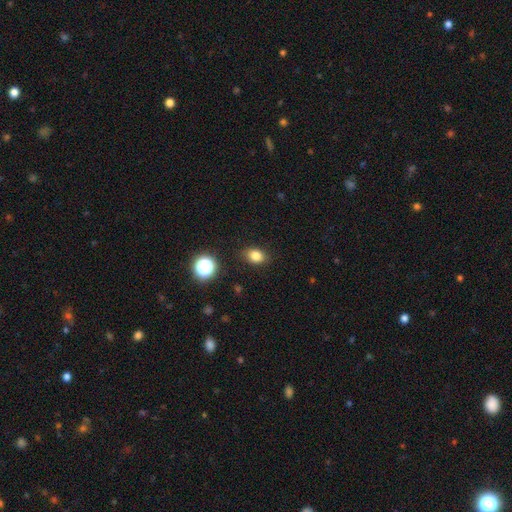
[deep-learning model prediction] This appears to be a smooth galaxy with no disk features (81%) that is in between round and cigar-shaped (64%). Merging: none (86%).